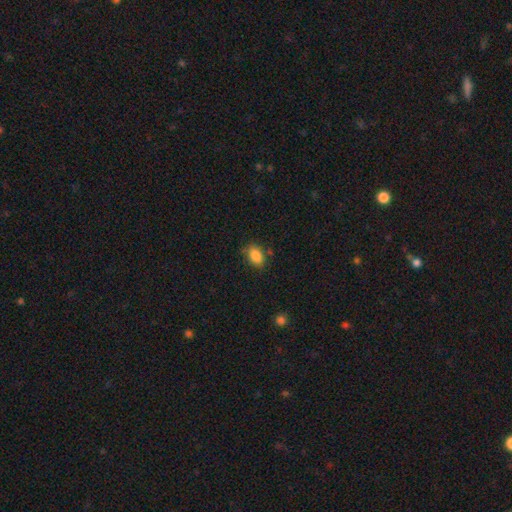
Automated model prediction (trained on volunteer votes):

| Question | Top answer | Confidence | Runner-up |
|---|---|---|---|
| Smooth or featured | smooth | 86% | star or artifact (9%) |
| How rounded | in between | 85% | round (13%) |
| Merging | none | 74% | minor disturbance (19%) |